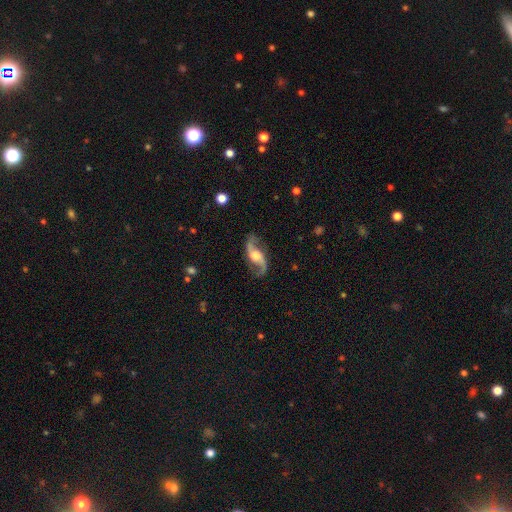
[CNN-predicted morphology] The model was most divided on "bar": no: 49%, weak: 37%, strong: 14%. Remaining: spiral arms — yes (97%); edge-on disk — no (95%); spiral arm count — 2 (94%); smooth or featured — featured or disk (89%); merging — none (80%); spiral winding — loose (71%); bulge size — moderate (47%).